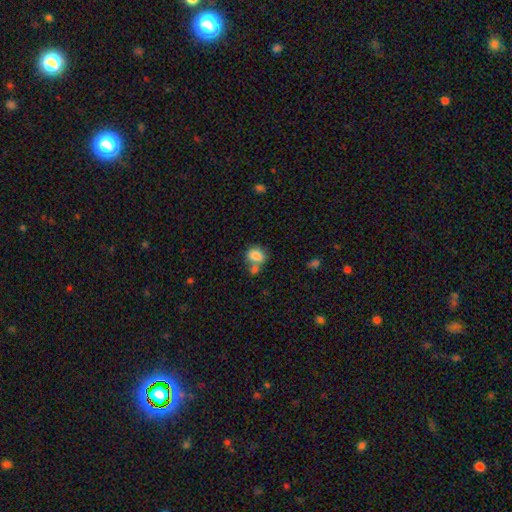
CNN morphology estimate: smooth_or_featured: smooth (p=0.83) [alt: star or artifact p=0.09]
how_rounded: in between (p=0.54) [alt: round p=0.45]
merging: none (p=0.42) [alt: merger p=0.38]